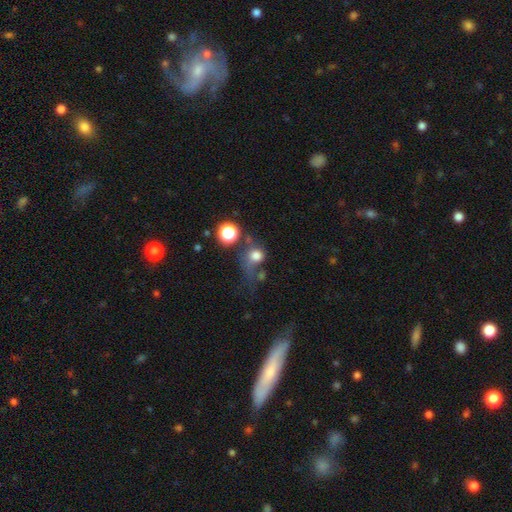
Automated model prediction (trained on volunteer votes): Overall: smooth (72%). How rounded: round (78%). Merging: none (35%; major disturbance 31%).